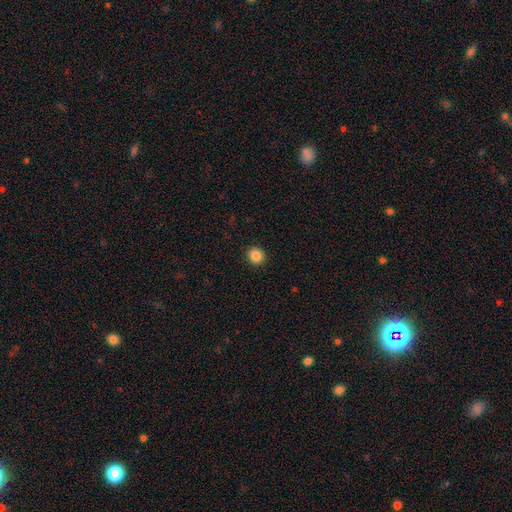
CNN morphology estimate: smooth_or_featured: smooth (p=0.86) [alt: star or artifact p=0.10]
how_rounded: round (p=0.88) [alt: in between p=0.11]
merging: none (p=0.92) [alt: minor disturbance p=0.05]